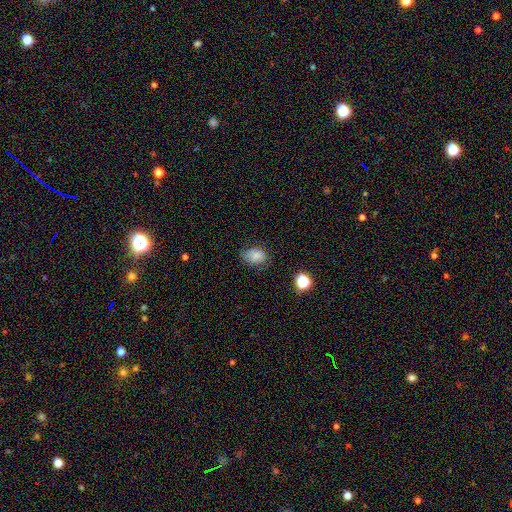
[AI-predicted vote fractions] Smooth or featured? smooth (80%)
How rounded? in between (74%)
Merging? none (67%)